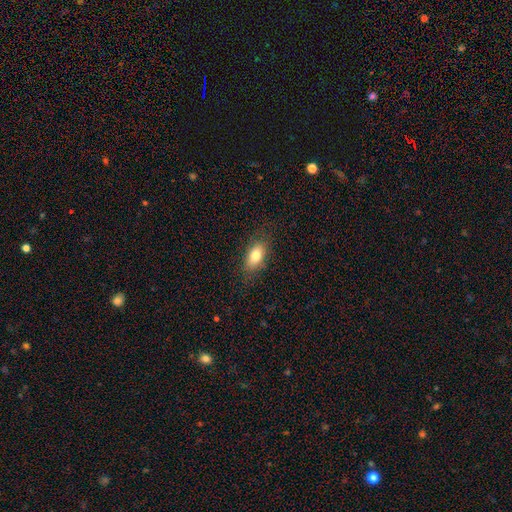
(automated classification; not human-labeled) Smooth or featured? smooth (78%)
How rounded? in between (87%)
Merging? none (80%)